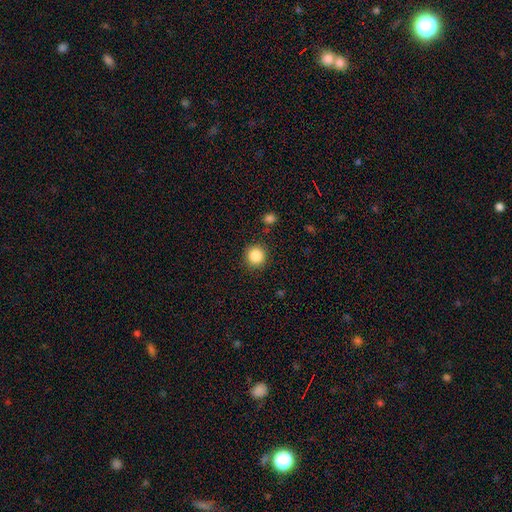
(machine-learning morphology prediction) type=smooth (87%); roundness=round (94%); merging=none (89%).